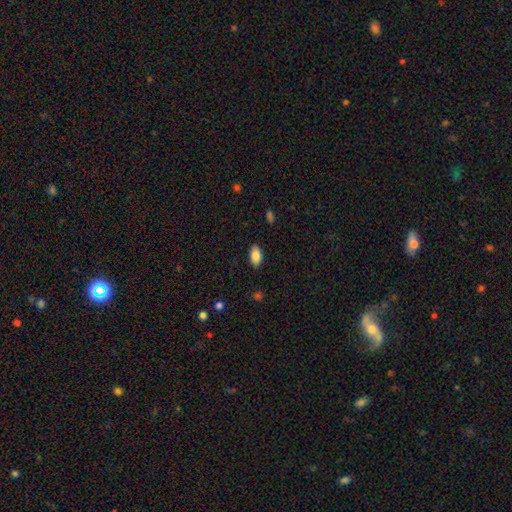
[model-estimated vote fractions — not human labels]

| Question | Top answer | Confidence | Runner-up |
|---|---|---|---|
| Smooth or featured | smooth | 85% | featured or disk (8%) |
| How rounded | in between | 93% | cigar-shaped (4%) |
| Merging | none | 88% | minor disturbance (9%) |